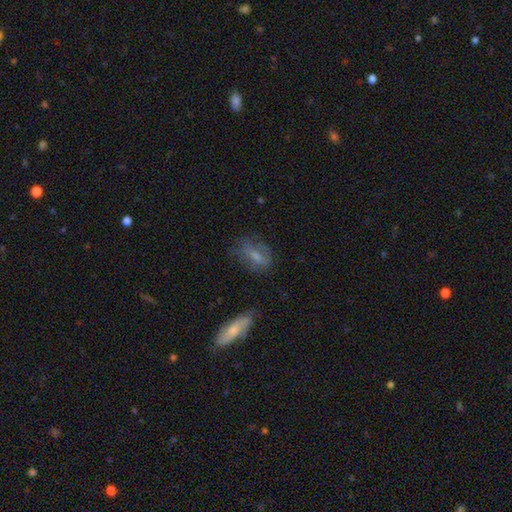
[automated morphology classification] smooth 55%, featured or disk 34%, star or artifact 11%. Down the decision tree: how rounded — in between (73%); merging — none (54%).